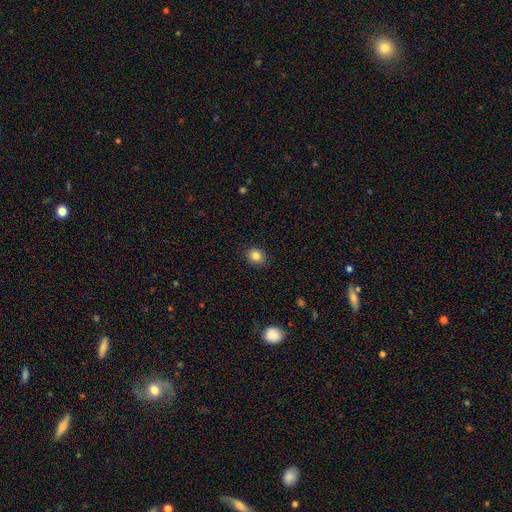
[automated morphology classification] type=smooth (84%); roundness=round (67%); merging=none (89%).